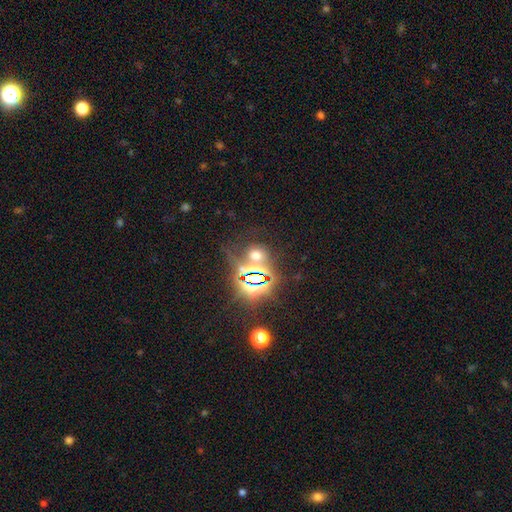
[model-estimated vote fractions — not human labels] A star or artifact, not a galaxy (55%).